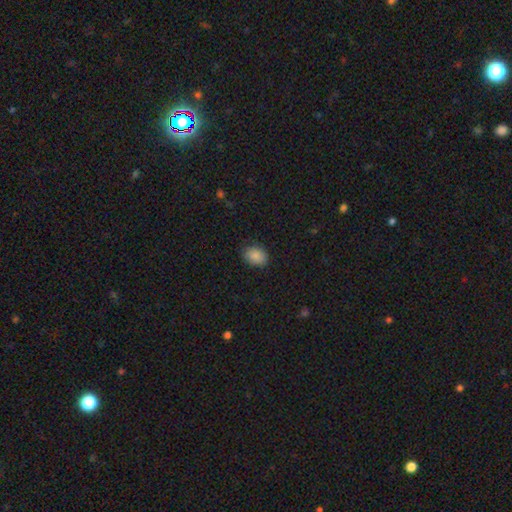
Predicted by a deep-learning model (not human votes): Overall: smooth (88%). How rounded: in between (71%). Merging: none (83%).